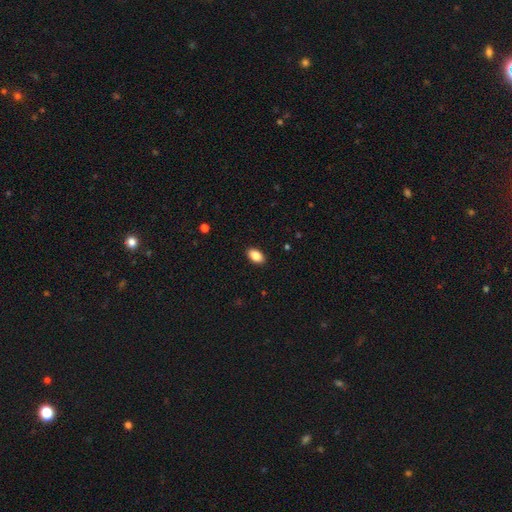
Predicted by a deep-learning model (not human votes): smooth_or_featured: smooth (p=0.87) [alt: star or artifact p=0.07]
how_rounded: in between (p=0.92) [alt: round p=0.06]
merging: none (p=0.90) [alt: minor disturbance p=0.07]